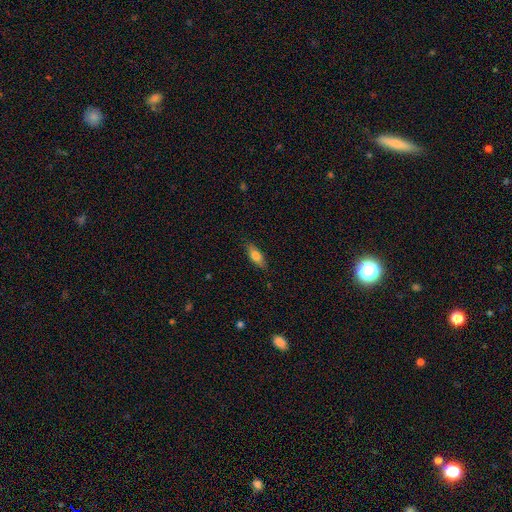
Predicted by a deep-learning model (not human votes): A smooth galaxy with no disk features (72%) that is in between round and cigar-shaped (70%). Merging: none (82%).